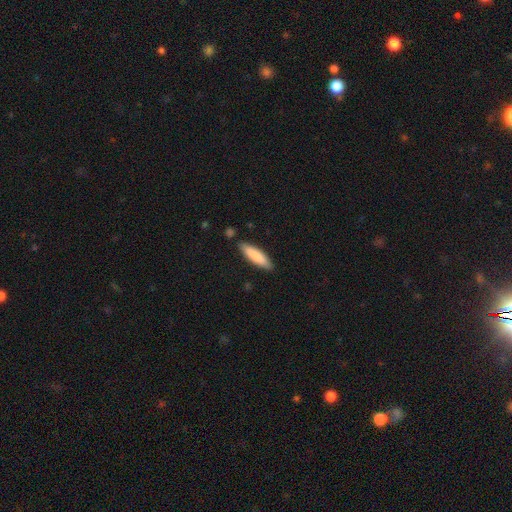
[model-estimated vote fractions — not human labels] Smooth or featured?
  - smooth: 84% *
  - featured or disk: 11%
  - star or artifact: 5%
How rounded?
  - cigar-shaped: 68% *
  - in between: 31%
  - round: 1%
Merging?
  - none: 86% *
  - minor disturbance: 10%
  - merger: 2%
  - major disturbance: 2%